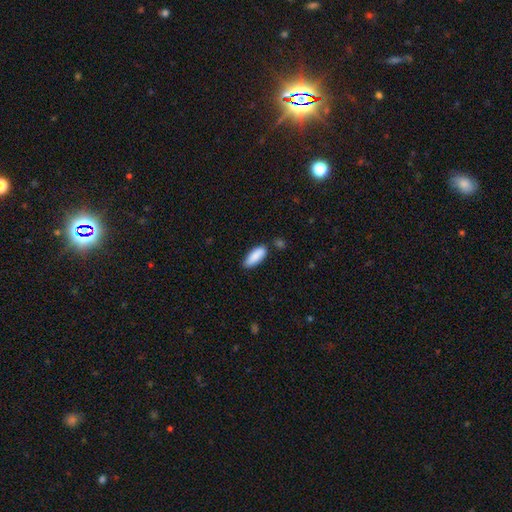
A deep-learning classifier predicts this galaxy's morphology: This appears to be a smooth galaxy with no disk features (88%) that is in between round and cigar-shaped (66%). Merging: none (79%).